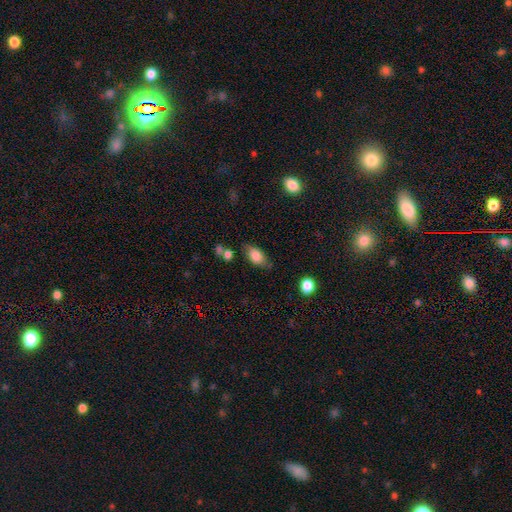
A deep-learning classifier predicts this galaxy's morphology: smooth 80%, featured or disk 13%, star or artifact 8%. Down the decision tree: how rounded — in between (88%); merging — none (69%).